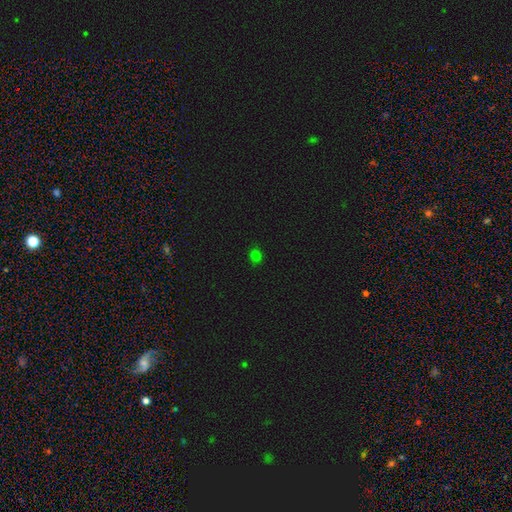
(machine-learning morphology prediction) Q: Smooth or featured?
A: smooth (76%); runner-up: star or artifact (21%)
Q: How rounded?
A: round (66%); runner-up: in between (33%)
Q: Merging?
A: none (87%); runner-up: minor disturbance (10%)